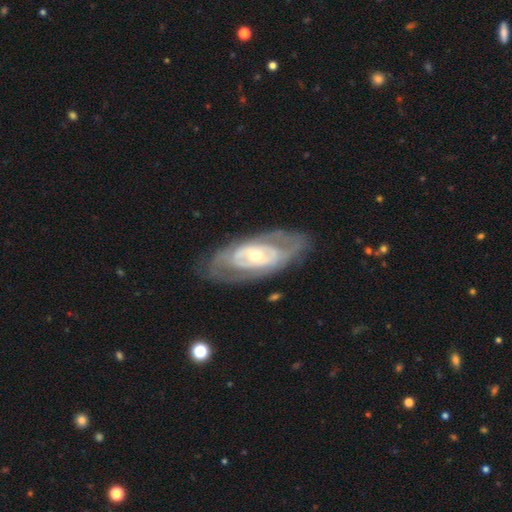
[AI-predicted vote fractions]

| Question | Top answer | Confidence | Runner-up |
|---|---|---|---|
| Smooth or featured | featured or disk | 79% | smooth (16%) |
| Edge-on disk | no | 90% | yes (10%) |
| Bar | no | 64% | weak (23%) |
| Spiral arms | yes | 58% | no (42%) |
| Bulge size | moderate | 52% | small (43%) |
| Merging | none | 76% | minor disturbance (15%) |